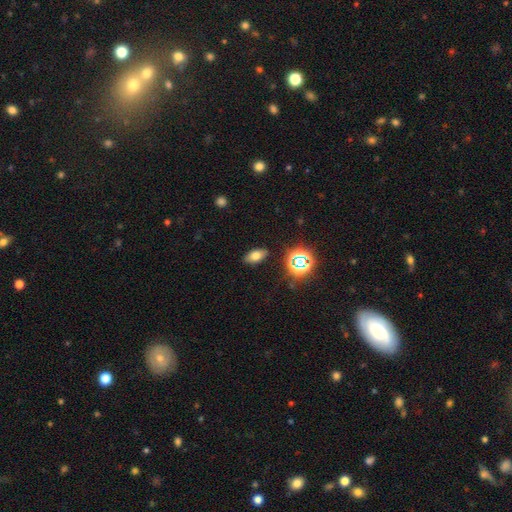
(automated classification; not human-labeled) Morphology: type=smooth (69%); roundness=in between (87%); merging=none (87%).